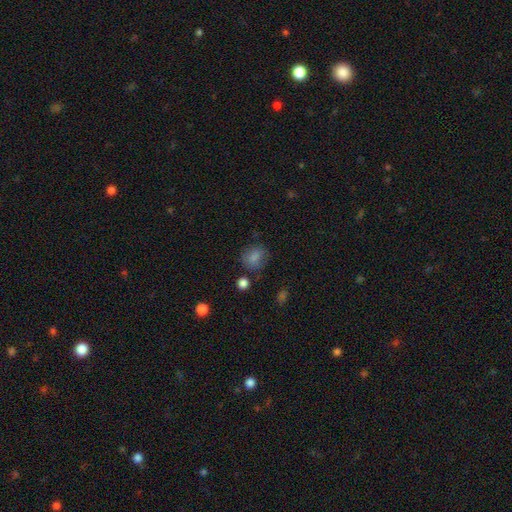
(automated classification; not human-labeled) A smooth galaxy with no disk features (70%) that is round (62%). Merging: none (73%).